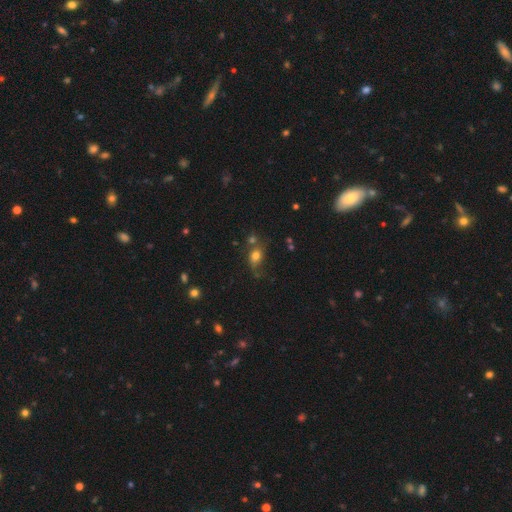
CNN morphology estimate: smooth_or_featured: smooth (p=0.71) [alt: featured or disk p=0.14]
how_rounded: in between (p=0.63) [alt: round p=0.34]
merging: none (p=0.49) [alt: minor disturbance p=0.22]